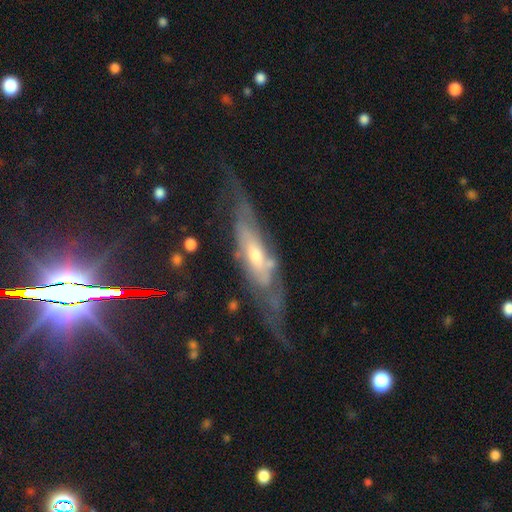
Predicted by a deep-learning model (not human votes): A featured or disk galaxy (78%). Merging: none (51%).